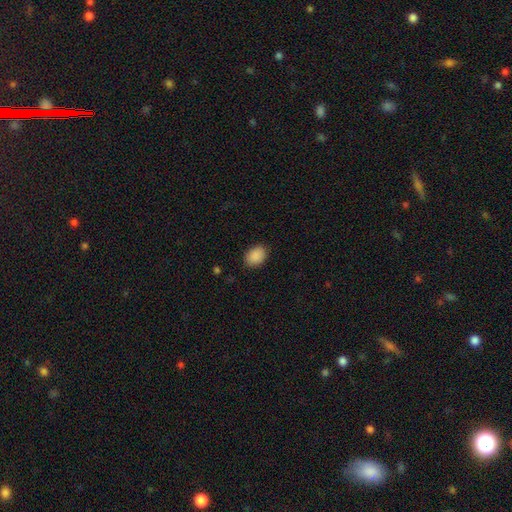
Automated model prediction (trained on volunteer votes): Overall: smooth (90%). How rounded: in between (72%). Merging: none (88%).